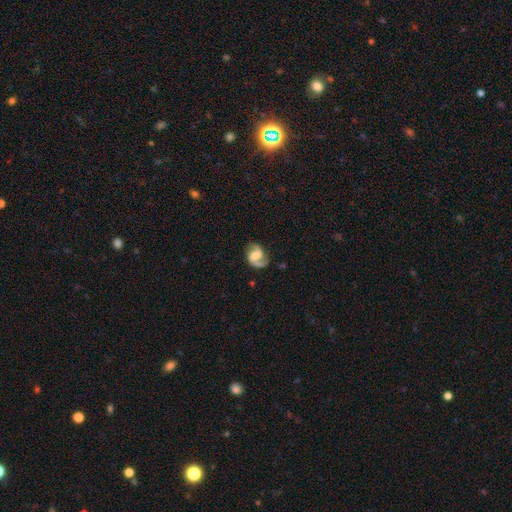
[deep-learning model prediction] Smooth or featured? Predicted: featured or disk (p=0.83). Edge-on disk? Predicted: no (p=0.98). Bar? Predicted: weak (p=0.50). Spiral arms? Predicted: yes (p=0.96). Spiral winding? Predicted: medium (p=0.51). Spiral arm count? Predicted: 2 (p=0.88). Bulge size? Predicted: moderate (p=0.35). Merging? Predicted: none (p=0.71).